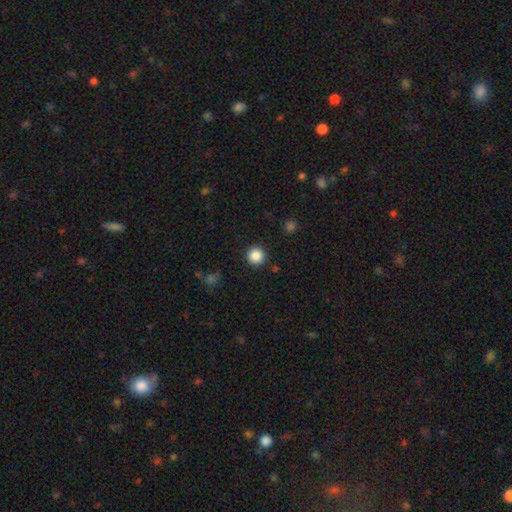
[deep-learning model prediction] This appears to be a smooth galaxy with no disk features (86%) that is round (96%). Merging: none (91%).